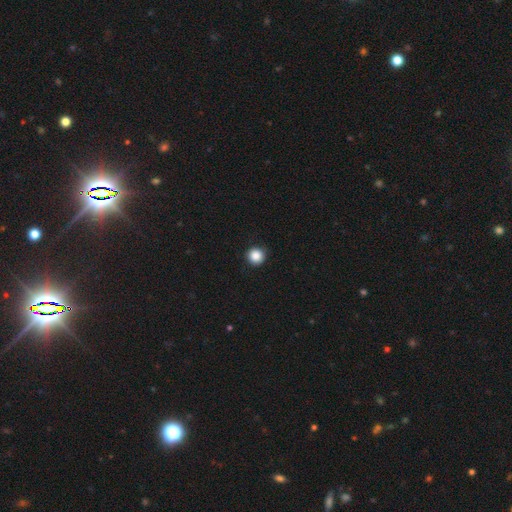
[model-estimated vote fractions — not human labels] smooth_or_featured: smooth (p=0.88) [alt: star or artifact p=0.10]
how_rounded: round (p=0.96) [alt: in between p=0.03]
merging: none (p=0.92) [alt: minor disturbance p=0.05]